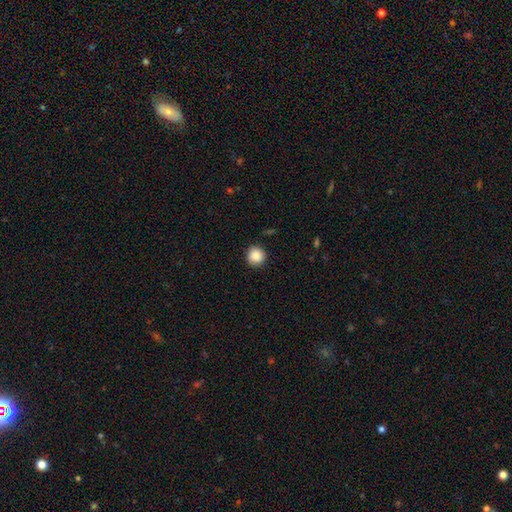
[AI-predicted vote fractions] Smooth or featured? smooth (87%)
How rounded? round (93%)
Merging? none (89%)